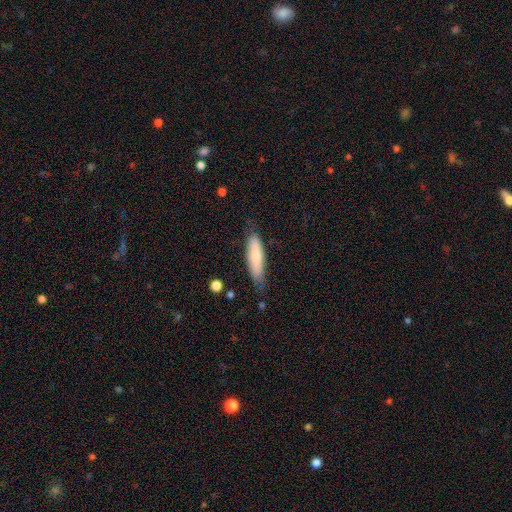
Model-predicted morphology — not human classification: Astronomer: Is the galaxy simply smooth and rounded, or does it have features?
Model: smooth — 74%.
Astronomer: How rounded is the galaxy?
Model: cigar-shaped — 67%.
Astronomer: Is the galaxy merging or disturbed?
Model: none — 73%.